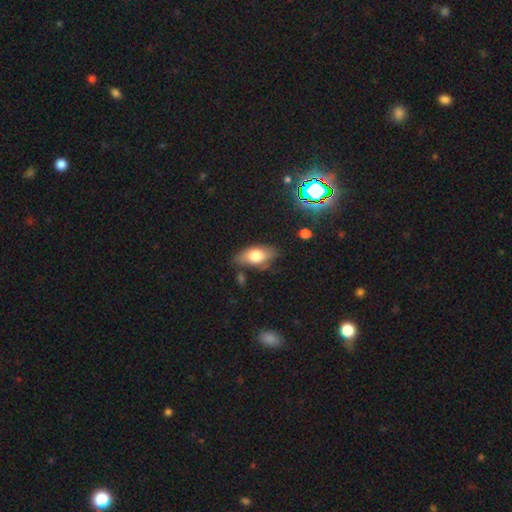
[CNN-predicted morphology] type=smooth (71%); roundness=in between (89%); merging=none (68%).